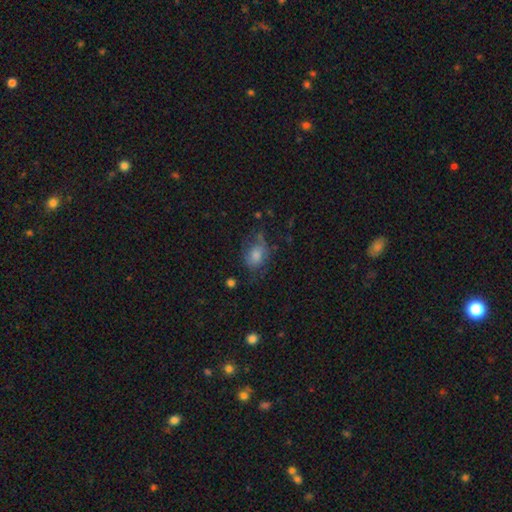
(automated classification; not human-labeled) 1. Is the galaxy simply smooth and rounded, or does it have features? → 67% smooth, 22% featured or disk, 12% star or artifact.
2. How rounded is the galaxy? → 66% in between, 32% round, 2% cigar-shaped.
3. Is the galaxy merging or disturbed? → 46% none, 30% minor disturbance, 21% major disturbance, 3% merger.